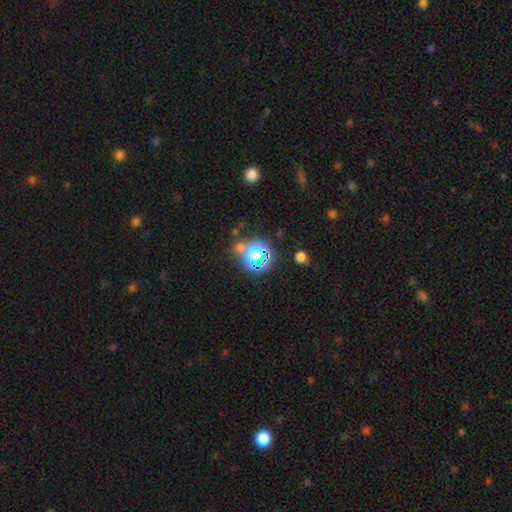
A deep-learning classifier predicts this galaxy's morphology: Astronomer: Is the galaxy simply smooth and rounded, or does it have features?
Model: star or artifact — 51% (runner-up: smooth, 38%).